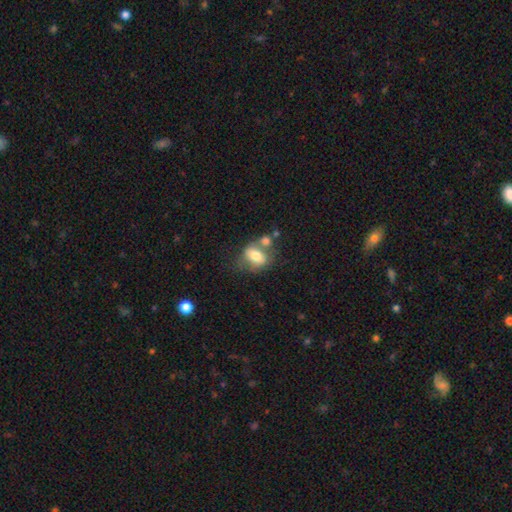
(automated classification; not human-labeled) Smooth or featured? Predicted: smooth (p=0.65). How rounded? Predicted: in between (p=0.64). Merging? Predicted: merger (p=0.39).